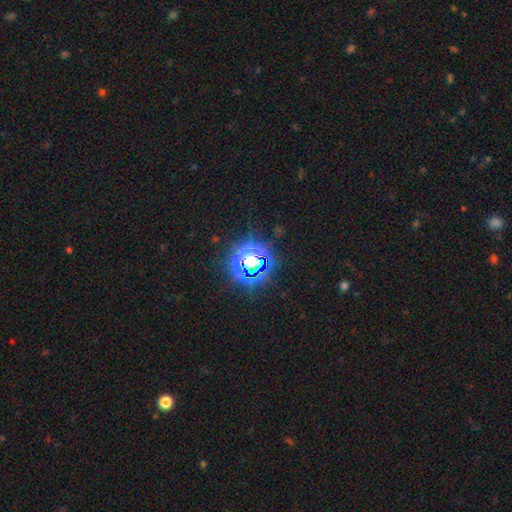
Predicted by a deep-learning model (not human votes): Smooth or featured: star or artifact — 70% (smooth — 20%)